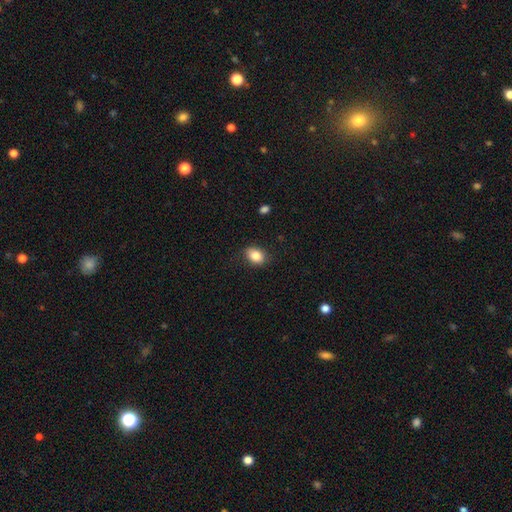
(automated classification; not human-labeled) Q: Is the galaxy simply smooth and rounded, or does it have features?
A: smooth — 84%.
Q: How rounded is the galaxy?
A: in between — 72%.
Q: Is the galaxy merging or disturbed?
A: none — 84%.